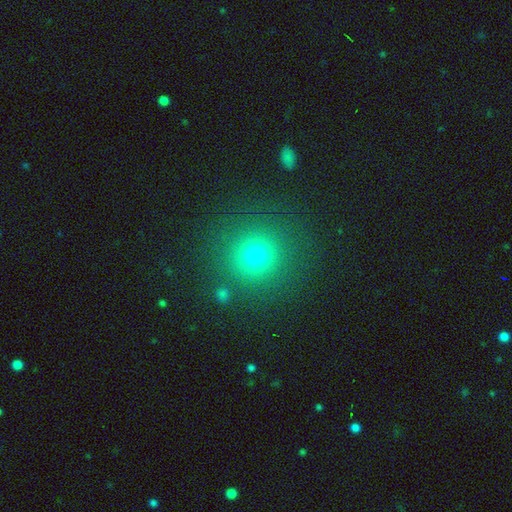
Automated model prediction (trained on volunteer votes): This appears to be a smooth galaxy with no disk features (72%) that is round (93%). Merging: none (87%).